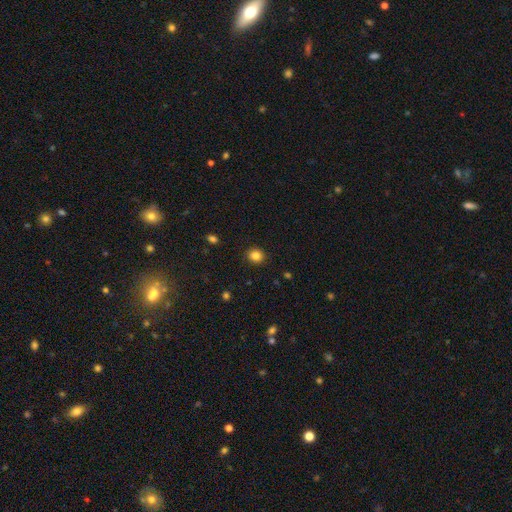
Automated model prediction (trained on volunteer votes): smooth 84%, star or artifact 11%, featured or disk 5%. Down the decision tree: how rounded — round (77%); merging — none (90%).